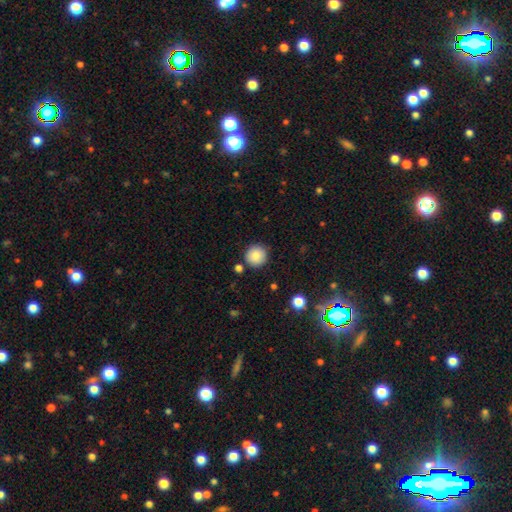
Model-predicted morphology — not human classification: Smooth or featured? Predicted: smooth (p=0.86). How rounded? Predicted: round (p=0.95). Merging? Predicted: none (p=0.88).